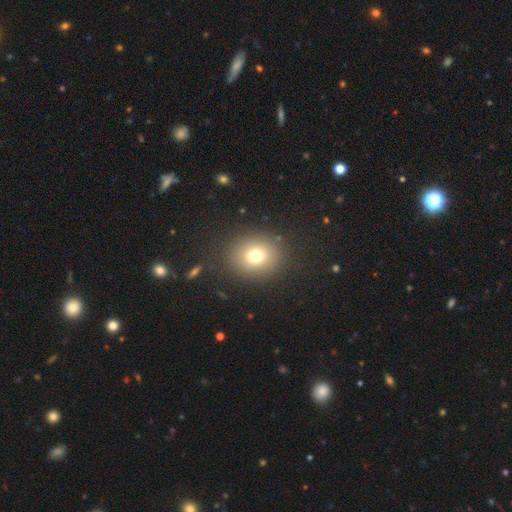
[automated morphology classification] Smooth or featured? Predicted: smooth (p=0.75). How rounded? Predicted: round (p=0.70). Merging? Predicted: none (p=0.87).